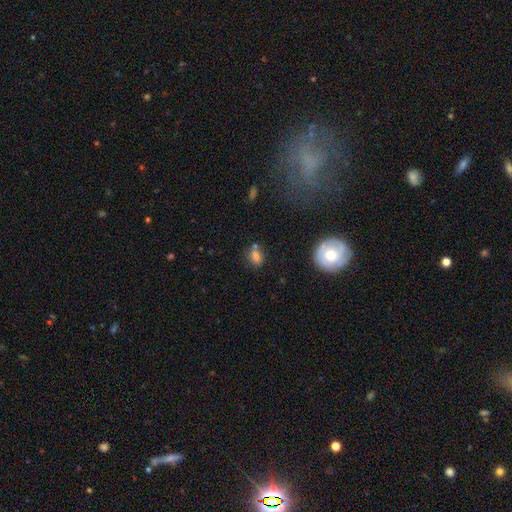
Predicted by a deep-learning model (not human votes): A smooth galaxy with no disk features (77%) that is in between round and cigar-shaped (67%). Merging: none (59%).